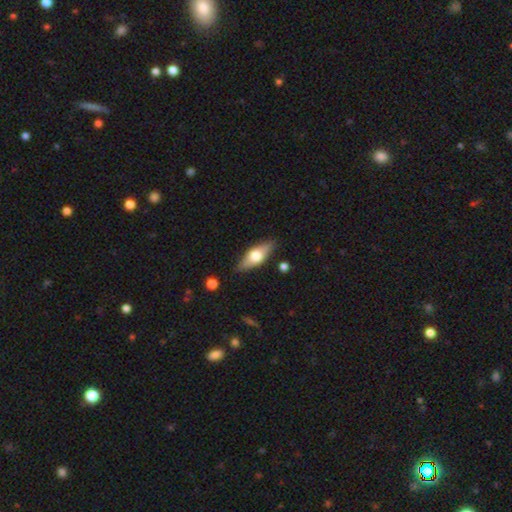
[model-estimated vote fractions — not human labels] Smooth or featured: smooth — 51% (featured or disk — 43%)
How rounded: in between — 69% (cigar-shaped — 27%)
Merging: none — 83% (minor disturbance — 13%)